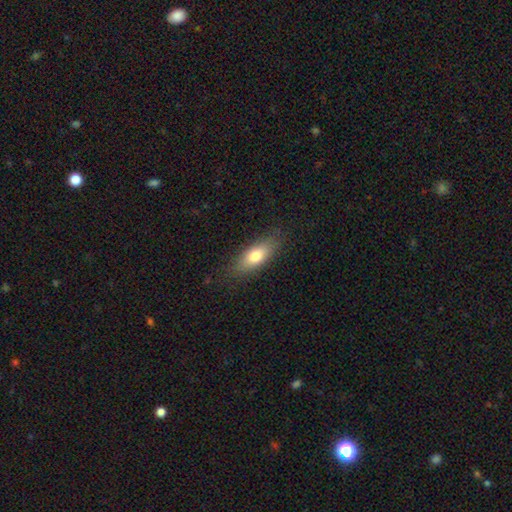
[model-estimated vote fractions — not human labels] Morphology: type=smooth (73%); roundness=in between (73%); merging=none (83%).